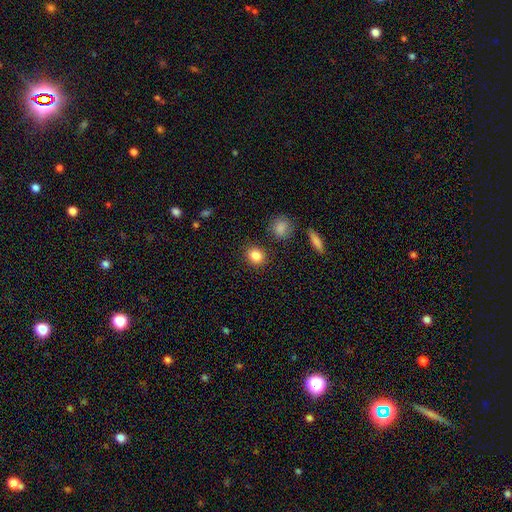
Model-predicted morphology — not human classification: smooth-or-featured: smooth: 85% | star or artifact: 10% | featured or disk: 6%
  how-rounded: round: 61% | in between: 37% | cigar-shaped: 2%
  merging: none: 86% | minor disturbance: 8% | merger: 3% | major disturbance: 3%